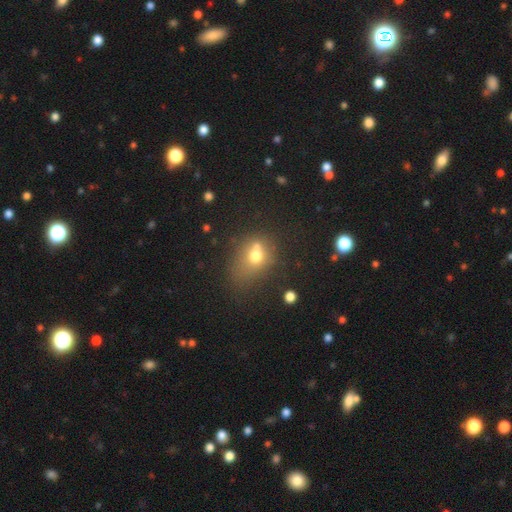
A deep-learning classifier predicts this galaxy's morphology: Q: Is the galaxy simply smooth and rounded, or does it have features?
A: smooth — 66%.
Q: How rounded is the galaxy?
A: round — 56%.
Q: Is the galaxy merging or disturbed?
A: none — 41%.